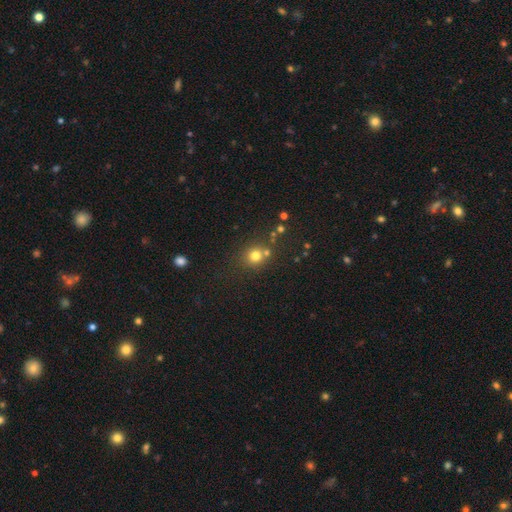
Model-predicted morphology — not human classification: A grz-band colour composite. It shows a smooth galaxy with no disk features (75%) that is round (84%). Merging: none (68%).